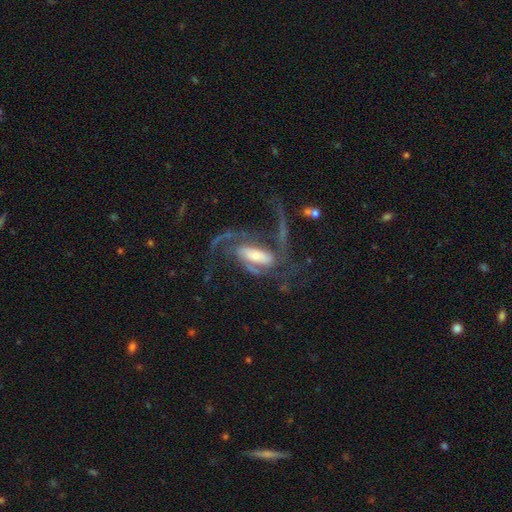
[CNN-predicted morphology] This is clearly a featured or disk galaxy (86%). It is clearly not viewed edge-on (94%). Bar: marginally strong (38%). Spiral arm pattern: clearly yes (94%). Spiral arm count: possibly 2 (54%). Spiral winding: possibly medium (46%). Central bulge: marginally small (43%). Merging: marginally none (41%).